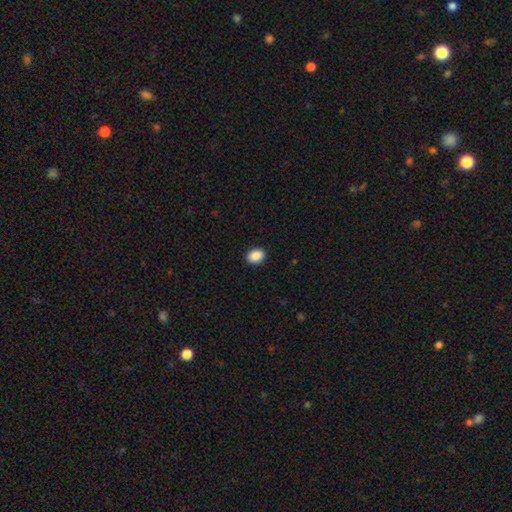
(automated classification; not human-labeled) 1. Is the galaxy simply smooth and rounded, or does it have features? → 90% smooth, 8% star or artifact, 2% featured or disk.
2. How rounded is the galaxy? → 66% in between, 33% round, 1% cigar-shaped.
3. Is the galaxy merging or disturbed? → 91% none, 7% minor disturbance, 2% major disturbance, 1% merger.